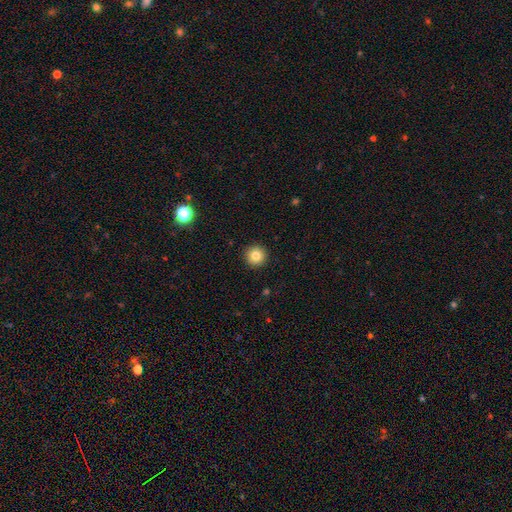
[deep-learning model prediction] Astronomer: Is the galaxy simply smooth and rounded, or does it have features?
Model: smooth — 82%.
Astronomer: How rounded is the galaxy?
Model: round — 96%.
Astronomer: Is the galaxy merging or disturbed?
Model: none — 93%.